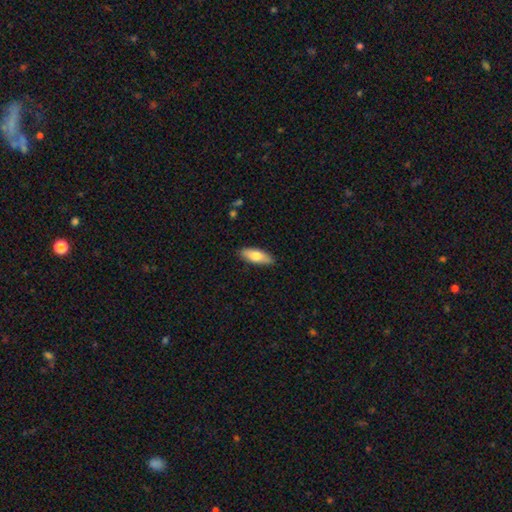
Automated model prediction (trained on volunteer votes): Overall: smooth (75%). How rounded: in between (69%; cigar-shaped 29%). Merging: none (87%).